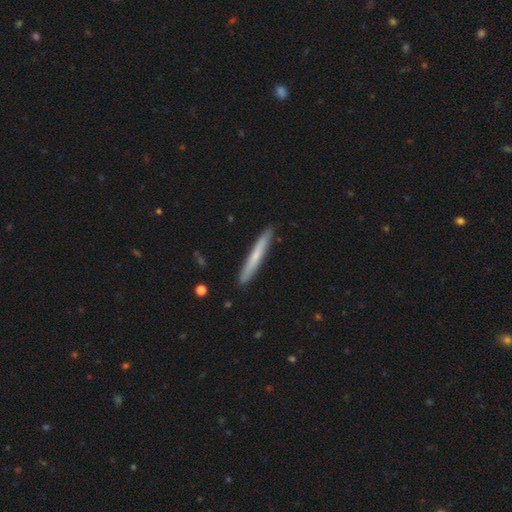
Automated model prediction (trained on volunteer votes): smooth 56%, featured or disk 39%, star or artifact 6%. Down the decision tree: how rounded — cigar-shaped (96%); merging — none (91%).